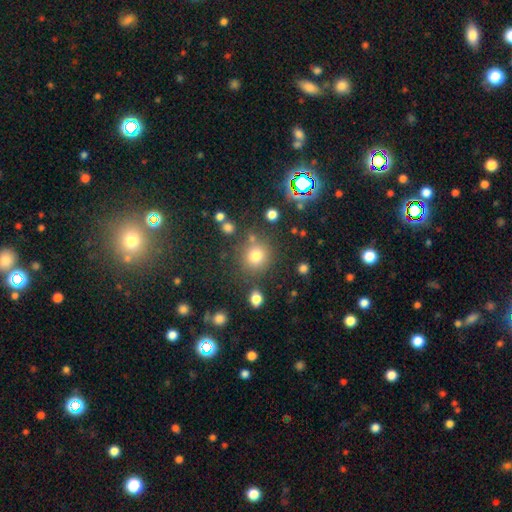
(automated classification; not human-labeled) A smooth galaxy with no disk features (77%) that is round (90%). Merging: none (78%).